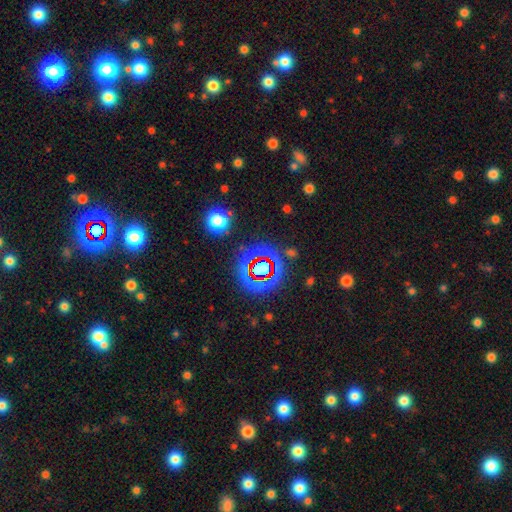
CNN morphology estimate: smooth-or-featured: star or artifact: 67% | smooth: 17% | featured or disk: 16%